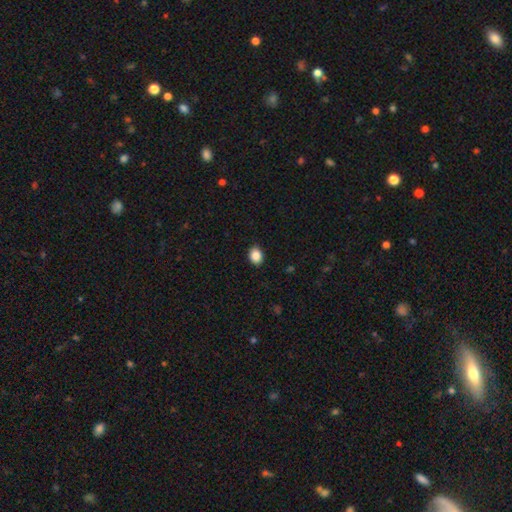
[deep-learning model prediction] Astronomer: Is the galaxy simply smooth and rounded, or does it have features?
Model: smooth — 88%.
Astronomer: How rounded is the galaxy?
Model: in between — 65%.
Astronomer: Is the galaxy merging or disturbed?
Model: none — 89%.